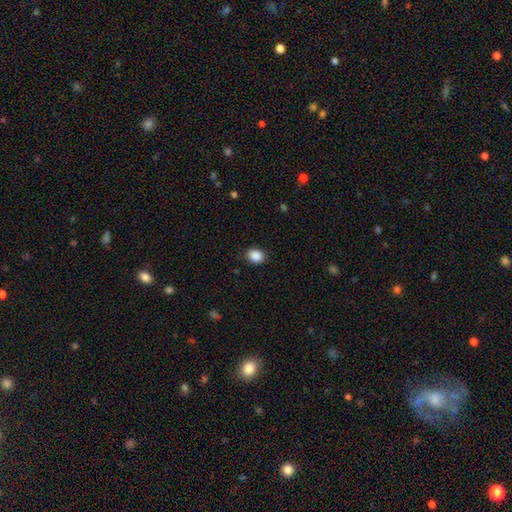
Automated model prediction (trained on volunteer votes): Smooth or featured? smooth (88%)
How rounded? in between (50%)
Merging? none (84%)